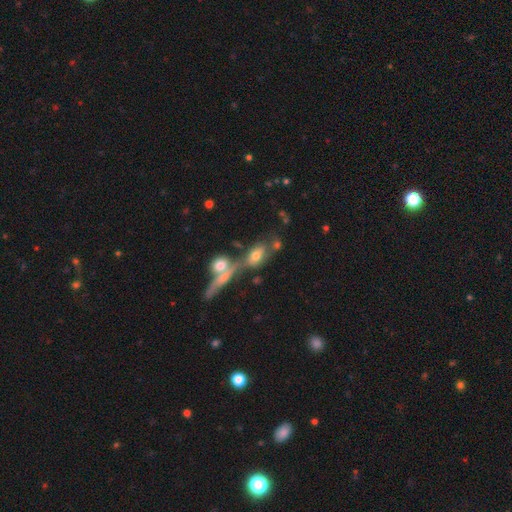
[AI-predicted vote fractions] The model was most divided on "merging": none: 41%, merger: 38%, minor disturbance: 14%, major disturbance: 8%. More confident: how rounded — in between (74%); smooth or featured — smooth (59%).